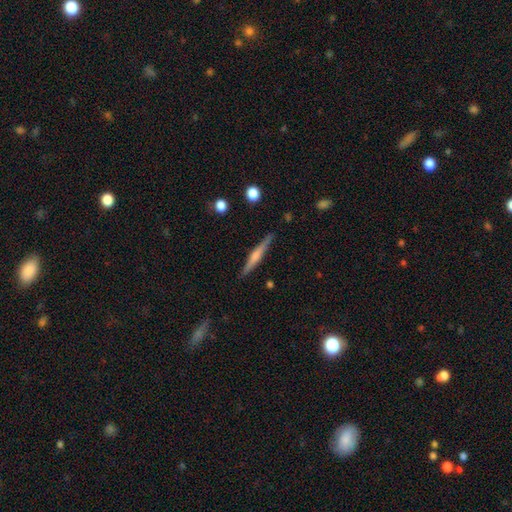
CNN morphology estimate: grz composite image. It shows a featured or disk galaxy (56%) viewed edge-on (97%) with a rounded central bulge (62%). Merging: none (89%).